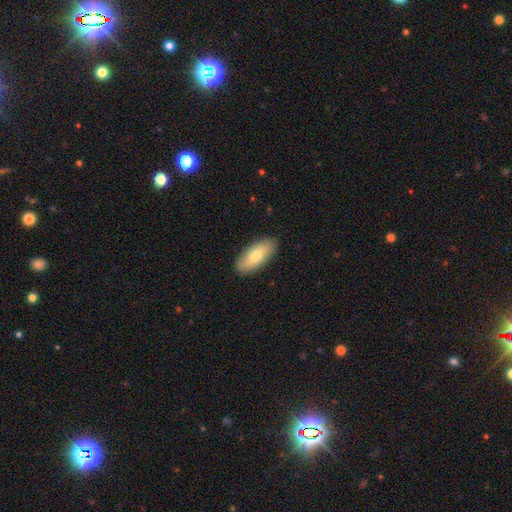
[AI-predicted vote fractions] Smooth or featured? smooth (74%)
How rounded? in between (86%)
Merging? none (89%)